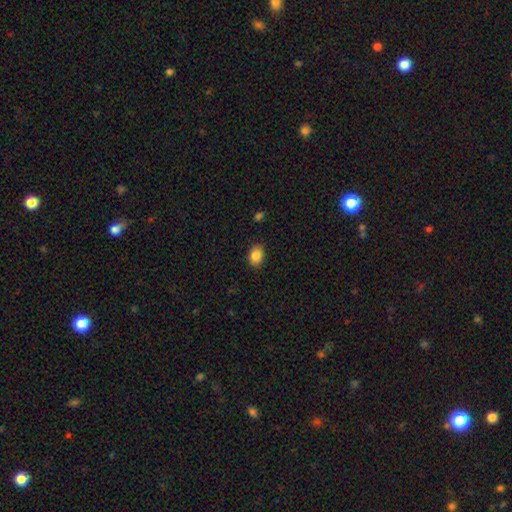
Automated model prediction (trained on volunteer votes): This is clearly a smooth galaxy (86%). How rounded: likely in between (68%). Merging: clearly none (87%).